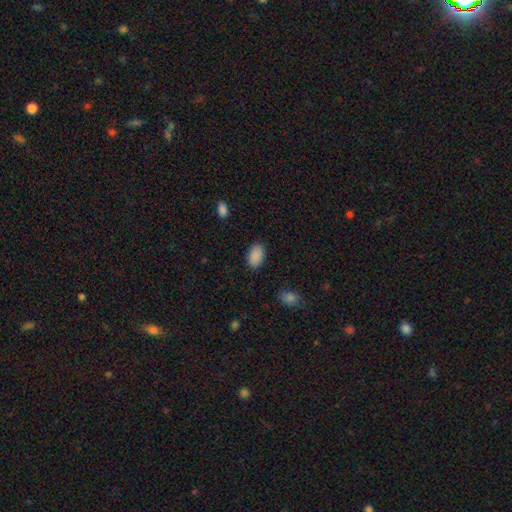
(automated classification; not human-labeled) Overall: smooth (90%). How rounded: in between (93%). Merging: none (88%).